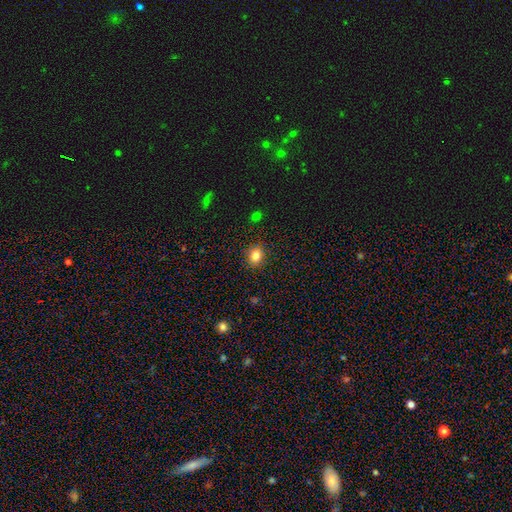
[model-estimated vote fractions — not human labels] The model was most divided on "how rounded": round: 61%, in between: 37%, cigar-shaped: 1%. More confident: merging — none (89%); smooth or featured — smooth (83%).